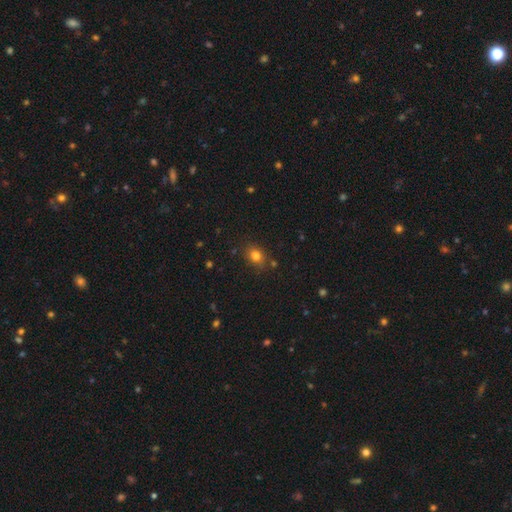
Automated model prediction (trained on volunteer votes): smooth 80%, star or artifact 13%, featured or disk 7%. Down the decision tree: how rounded — in between (50%); merging — none (79%).